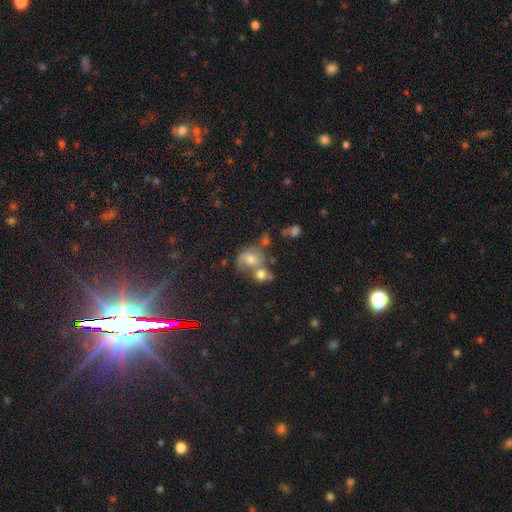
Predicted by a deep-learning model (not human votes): Q: Smooth or featured?
A: featured or disk (42%); runner-up: smooth (34%)
Q: Merging?
A: none (38%); tied with: merger (38%)